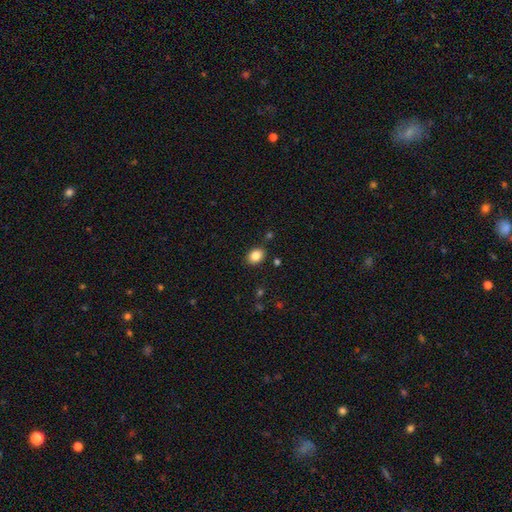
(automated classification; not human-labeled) smooth 85%, star or artifact 9%, featured or disk 6%. Down the decision tree: how rounded — in between (60%); merging — none (86%).